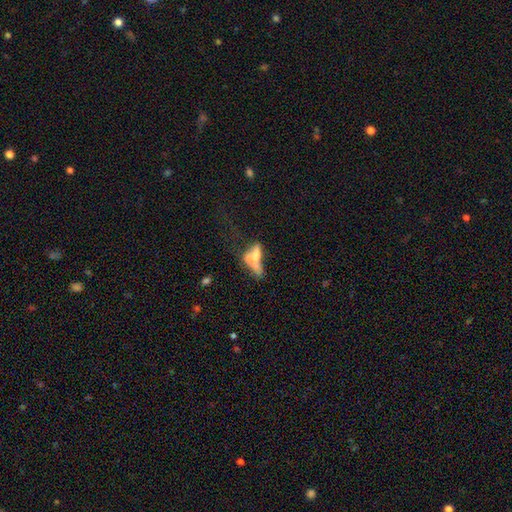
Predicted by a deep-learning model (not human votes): Q: Smooth or featured?
A: smooth (48%); runner-up: featured or disk (40%)
Q: Merging?
A: major disturbance (37%); runner-up: merger (32%)